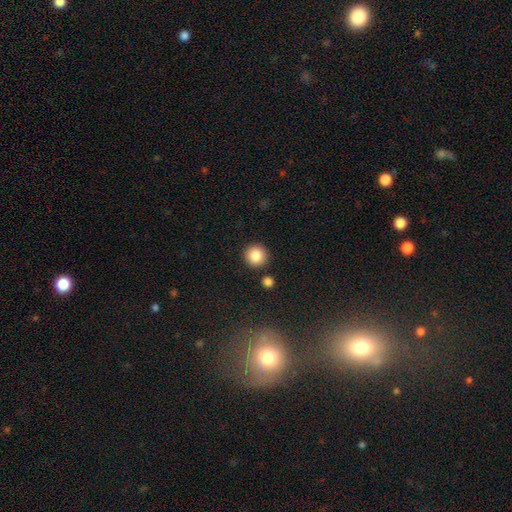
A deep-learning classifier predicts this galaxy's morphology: Smooth or featured? smooth (85%)
How rounded? round (95%)
Merging? none (89%)